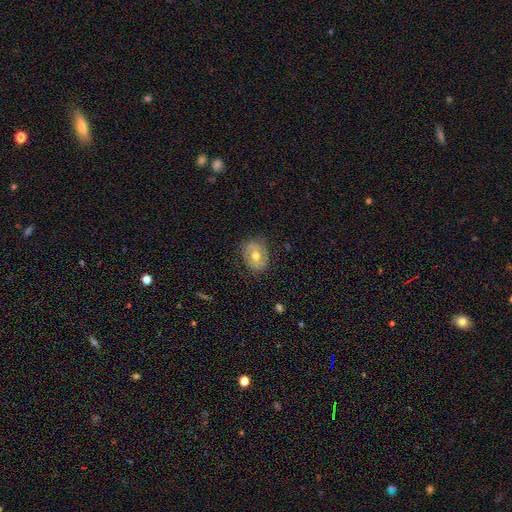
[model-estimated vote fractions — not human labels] Smooth or featured? Predicted: featured or disk (p=0.49). Merging? Predicted: none (p=0.72).